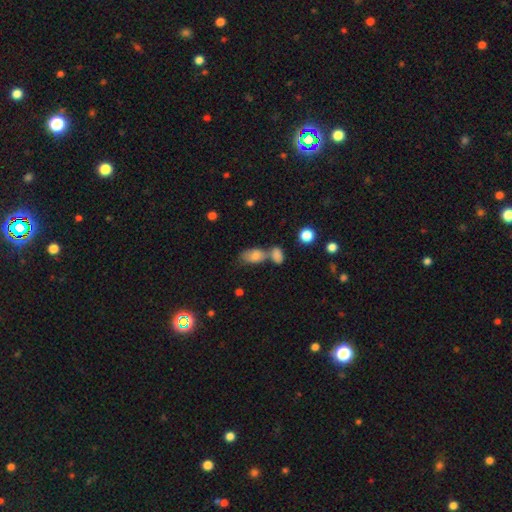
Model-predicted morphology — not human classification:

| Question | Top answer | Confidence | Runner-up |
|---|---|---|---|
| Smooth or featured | smooth | 76% | featured or disk (13%) |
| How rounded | in between | 89% | round (9%) |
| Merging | merger | 43% | none (38%) |